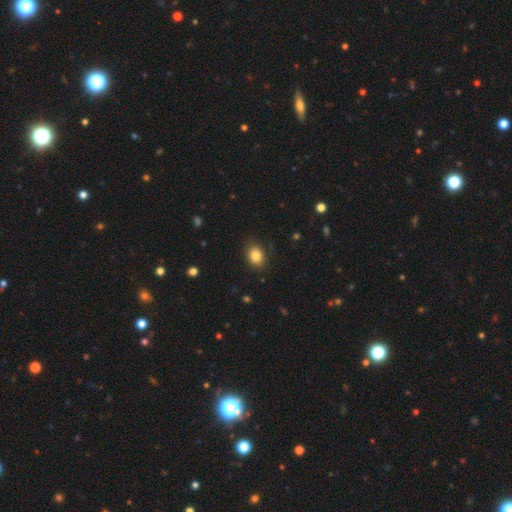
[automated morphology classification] Q: Smooth or featured?
A: smooth (85%); runner-up: star or artifact (9%)
Q: How rounded?
A: in between (64%); runner-up: round (35%)
Q: Merging?
A: none (84%); runner-up: minor disturbance (12%)